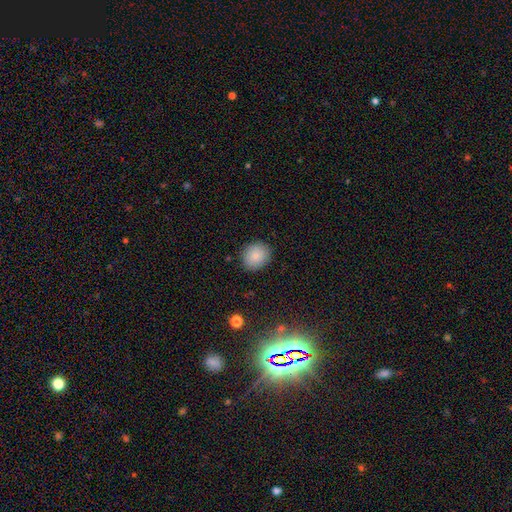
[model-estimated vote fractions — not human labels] The model was most divided on "how rounded": round: 73%, in between: 26%, cigar-shaped: 1%. More confident: merging — none (87%); smooth or featured — smooth (87%).